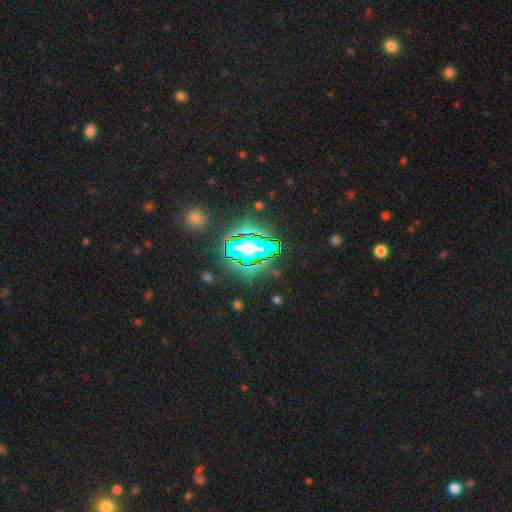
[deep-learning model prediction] Smooth or featured?
  - star or artifact: 81% *
  - smooth: 11%
  - featured or disk: 8%